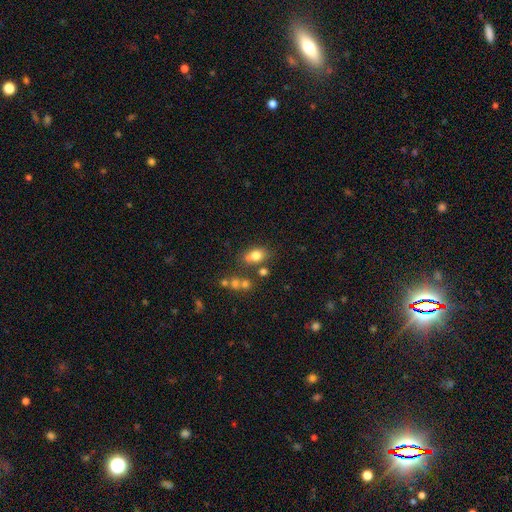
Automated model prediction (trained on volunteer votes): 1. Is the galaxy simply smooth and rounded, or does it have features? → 75% smooth, 13% featured or disk, 13% star or artifact.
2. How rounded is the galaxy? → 64% in between, 35% round, 2% cigar-shaped.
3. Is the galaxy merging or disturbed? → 60% none, 18% merger, 16% minor disturbance, 6% major disturbance.